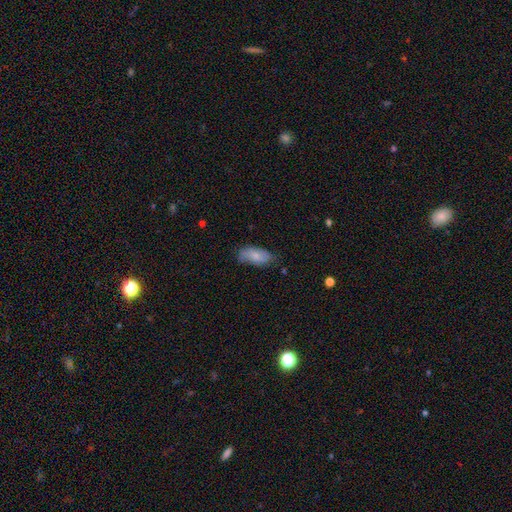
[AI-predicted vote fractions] This is likely a smooth galaxy (69%). How rounded: clearly in between (90%). Merging: likely none (68%).